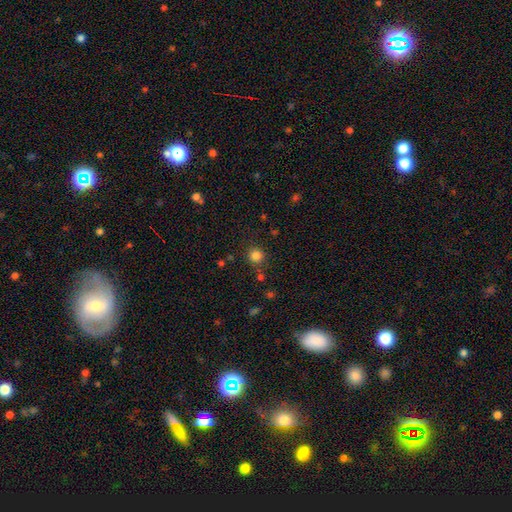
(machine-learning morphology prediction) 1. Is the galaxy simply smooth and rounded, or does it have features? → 82% smooth, 14% star or artifact, 4% featured or disk.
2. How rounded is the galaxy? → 92% round, 7% in between, 1% cigar-shaped.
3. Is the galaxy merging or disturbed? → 83% none, 9% minor disturbance, 5% merger, 3% major disturbance.